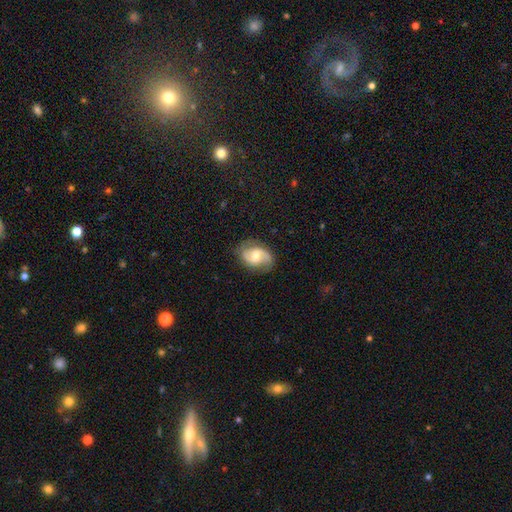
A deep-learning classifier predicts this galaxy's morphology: Smooth or featured: featured or disk — 74% (smooth — 19%)
Edge-on disk: no — 97% (yes — 3%)
Bar: no — 48% (weak — 42%)
Spiral arms: yes — 92% (no — 8%)
Spiral winding: medium — 48% (loose — 29%)
Spiral arm count: 2 — 87% (can't tell — 5%)
Bulge size: moderate — 65% (small — 27%)
Merging: none — 77% (minor disturbance — 17%)